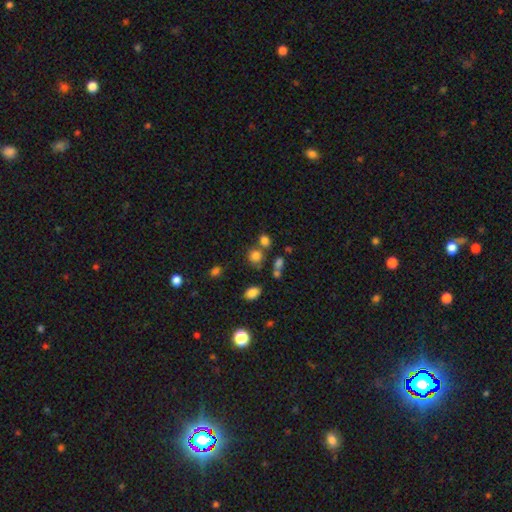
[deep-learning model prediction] A smooth galaxy with no disk features (77%) that is round (80%).

Vote fractions:
- Smooth or featured? smooth: 77% / star or artifact: 16% / featured or disk: 7%
- How rounded? round: 80% / in between: 19% / cigar-shaped: 1%
- Merging? none: 61% / merger: 23% / minor disturbance: 11% / major disturbance: 5%